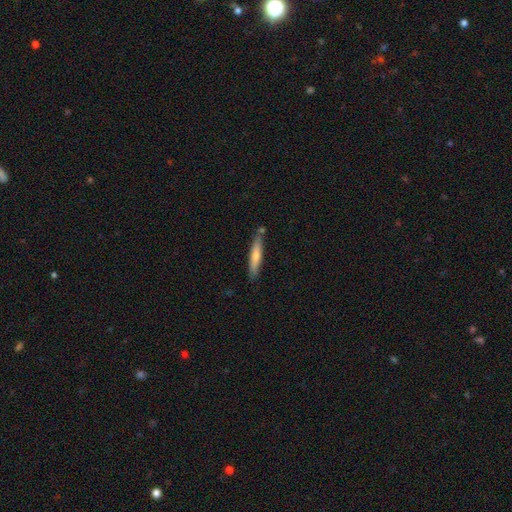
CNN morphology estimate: Overall: smooth (63%; featured or disk 32%). How rounded: cigar-shaped (91%). Merging: none (78%).